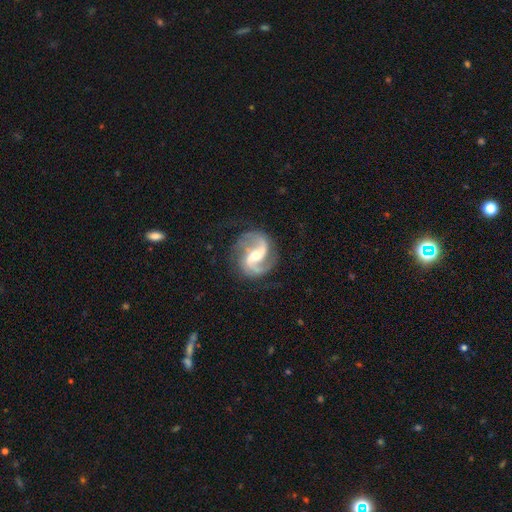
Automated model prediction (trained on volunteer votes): A featured or disk galaxy (92%) with a weak bar (44%), 2 (92%) medium (54%) spiral arms (98%) and a moderate central bulge (56%). Merging: none (78%).